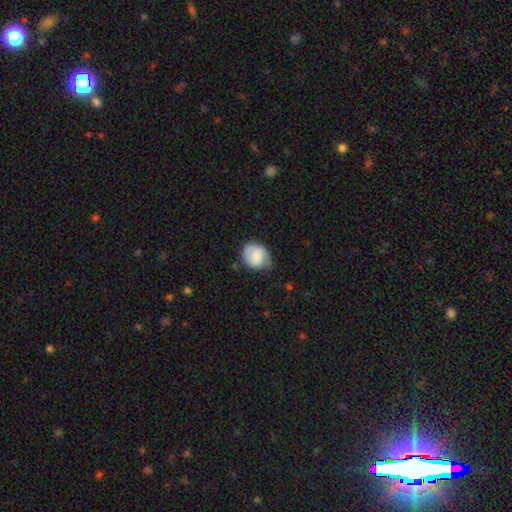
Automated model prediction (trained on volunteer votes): smooth_or_featured: smooth (p=0.69) [alt: featured or disk p=0.24]
how_rounded: round (p=0.55) [alt: in between p=0.44]
merging: none (p=0.55) [alt: minor disturbance p=0.33]